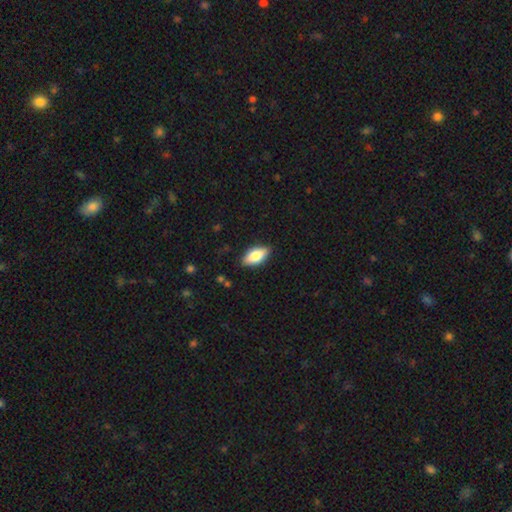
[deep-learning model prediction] Morphology: type=smooth (75%); roundness=in between (87%); merging=none (86%).